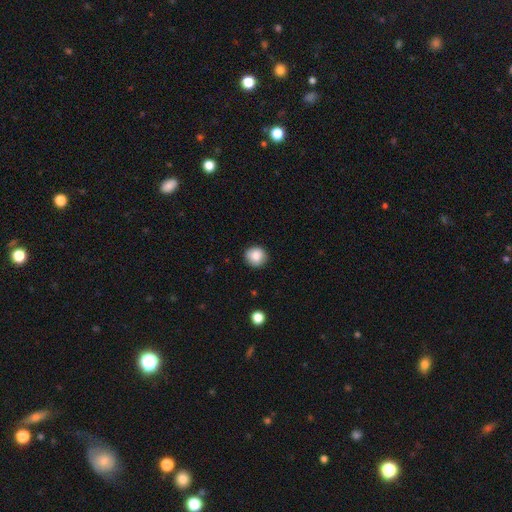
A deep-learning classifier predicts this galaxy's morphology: type=smooth (85%); roundness=round (92%); merging=none (90%).